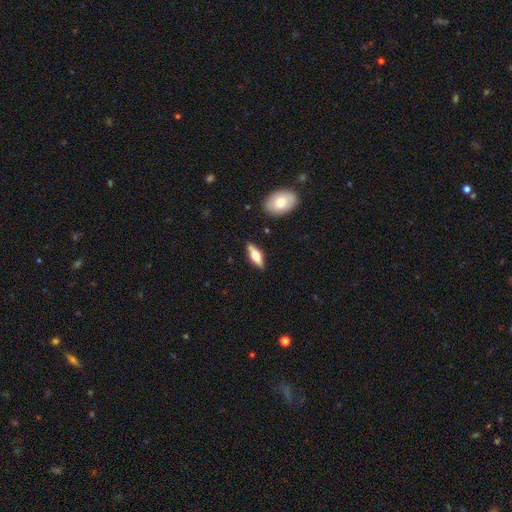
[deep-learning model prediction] This appears to be a smooth galaxy with no disk features (48%). Merging: none (85%).